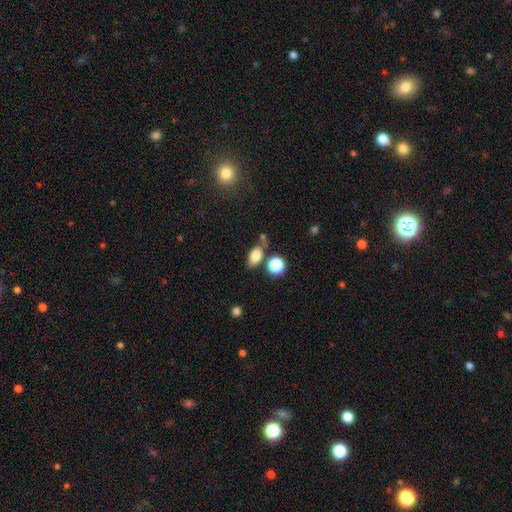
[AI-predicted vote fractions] smooth 77%, featured or disk 12%, star or artifact 11%. Down the decision tree: how rounded — in between (82%); merging — none (61%).